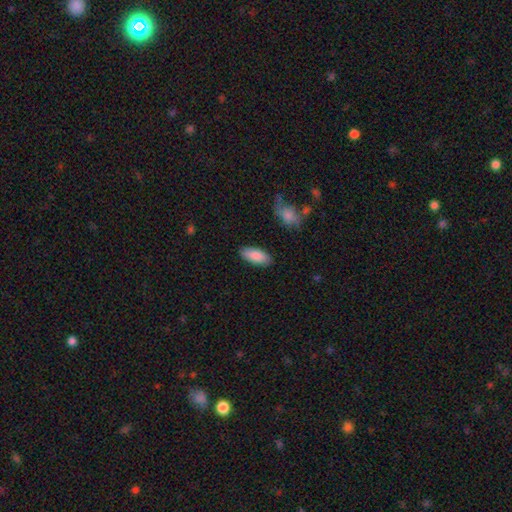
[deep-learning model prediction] smooth_or_featured: smooth (p=0.88) [alt: featured or disk p=0.06]
how_rounded: in between (p=0.84) [alt: cigar-shaped p=0.14]
merging: none (p=0.87) [alt: minor disturbance p=0.09]